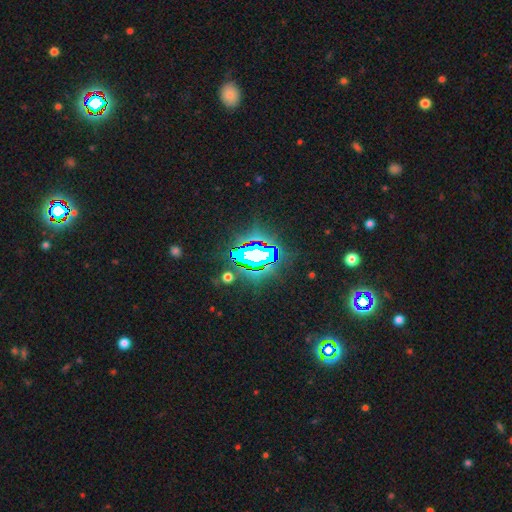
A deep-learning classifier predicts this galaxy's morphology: The model was most divided on "smooth or featured": star or artifact: 73%, smooth: 14%, featured or disk: 13%.